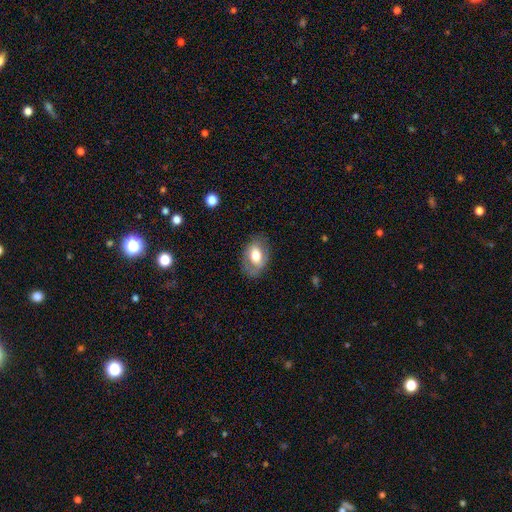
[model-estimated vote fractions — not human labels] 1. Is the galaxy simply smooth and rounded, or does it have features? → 60% smooth, 32% featured or disk, 8% star or artifact.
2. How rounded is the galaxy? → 83% in between, 16% round, 1% cigar-shaped.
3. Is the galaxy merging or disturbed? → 74% none, 18% minor disturbance, 7% major disturbance, 1% merger.